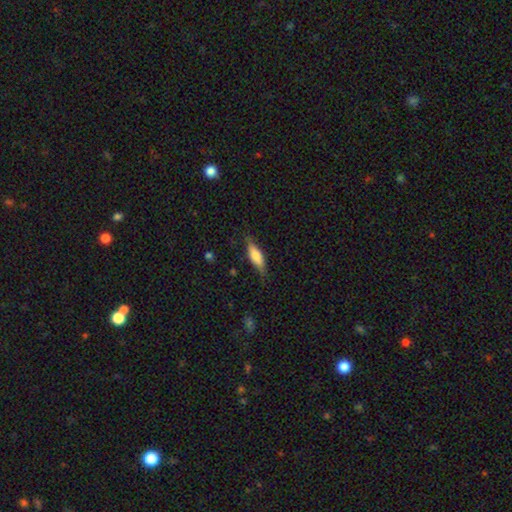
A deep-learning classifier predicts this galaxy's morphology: type=smooth (59%); roundness=in between (51%); merging=none (76%).